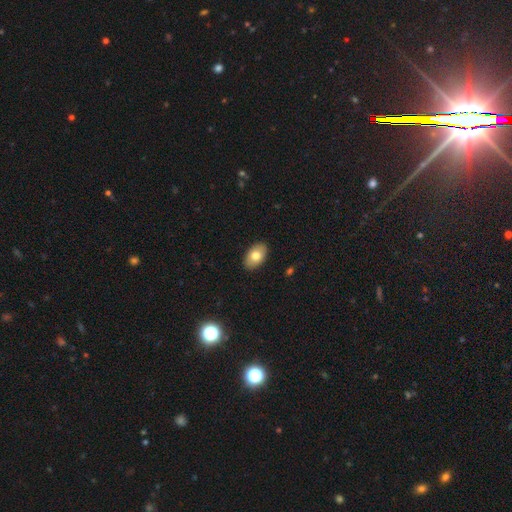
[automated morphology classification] Q: Smooth or featured?
A: smooth (75%); runner-up: featured or disk (18%)
Q: How rounded?
A: in between (92%); runner-up: round (7%)
Q: Merging?
A: none (89%); runner-up: minor disturbance (8%)